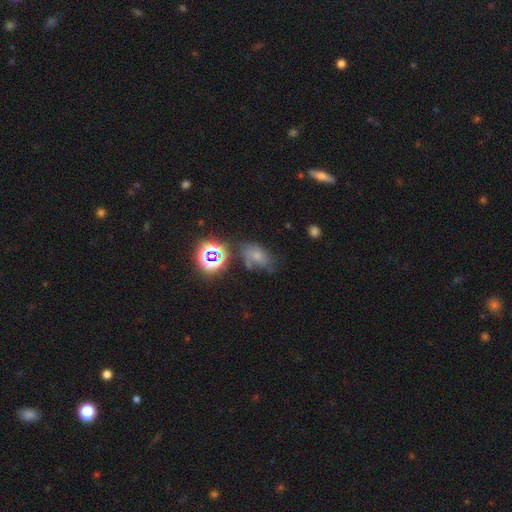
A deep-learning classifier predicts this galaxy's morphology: smooth-or-featured: smooth: 49% | star or artifact: 29% | featured or disk: 21%
  merging: none: 46% | minor disturbance: 27% | major disturbance: 16% | merger: 11%